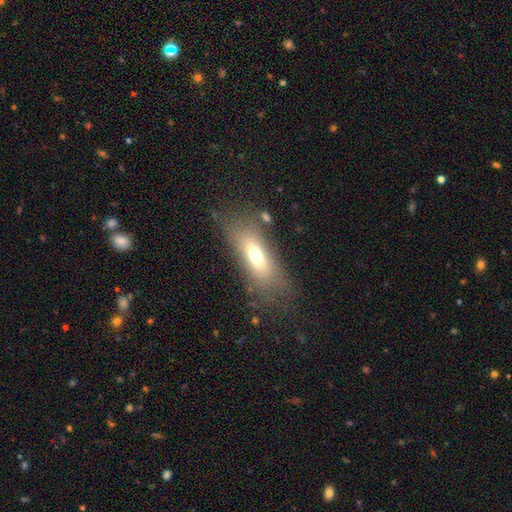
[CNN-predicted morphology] This is likely a smooth galaxy (64%). How rounded: likely in between (66%). Merging: likely none (70%).